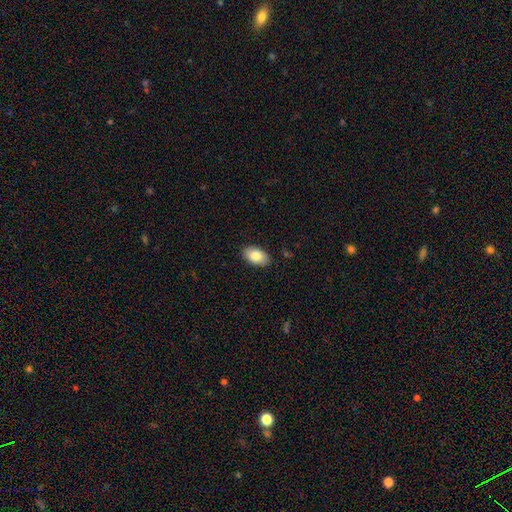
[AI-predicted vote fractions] This appears to be a smooth galaxy with no disk features (84%) that is in between round and cigar-shaped (94%). Merging: none (88%).